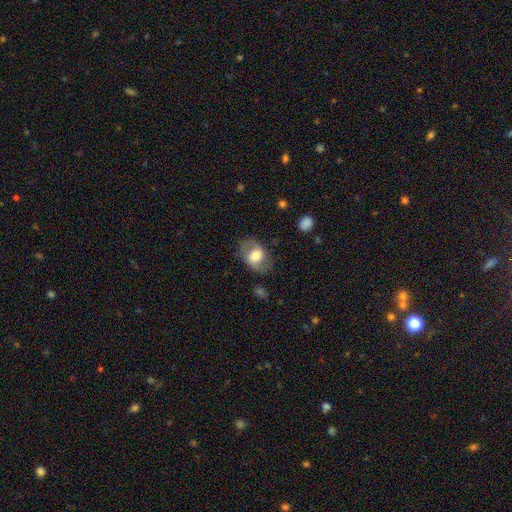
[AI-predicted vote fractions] This appears to be a smooth galaxy with no disk features (51%) that is in between round and cigar-shaped (74%). Merging: none (75%).